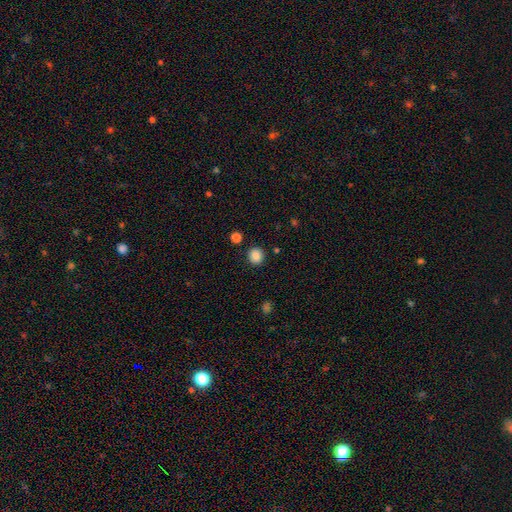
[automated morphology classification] smooth-or-featured: smooth: 87% | star or artifact: 10% | featured or disk: 3%
  how-rounded: round: 88% | in between: 11% | cigar-shaped: 1%
  merging: none: 89% | minor disturbance: 6% | major disturbance: 2% | merger: 2%